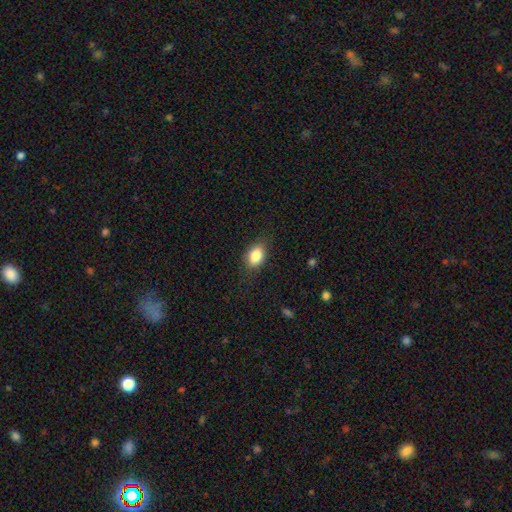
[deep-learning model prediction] Smooth or featured?
  - smooth: 84% *
  - star or artifact: 8%
  - featured or disk: 7%
How rounded?
  - in between: 81% *
  - round: 17%
  - cigar-shaped: 2%
Merging?
  - none: 81% *
  - minor disturbance: 14%
  - major disturbance: 4%
  - merger: 1%